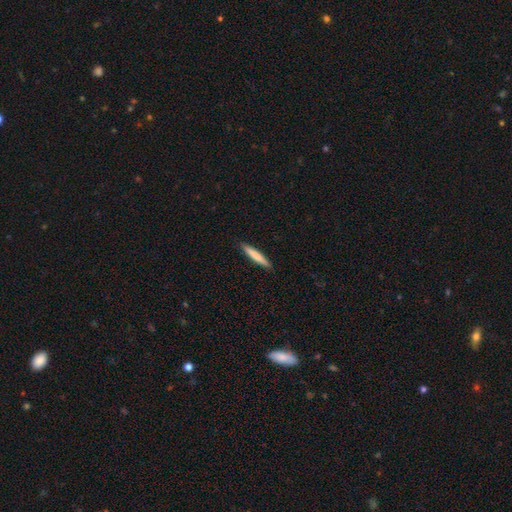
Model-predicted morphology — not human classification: Overall: smooth (74%). How rounded: cigar-shaped (94%). Merging: none (91%).